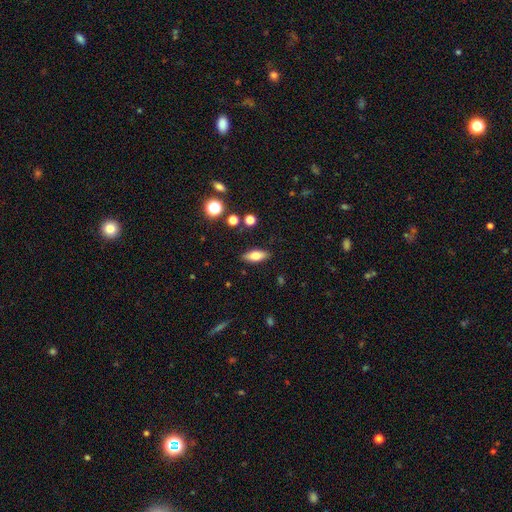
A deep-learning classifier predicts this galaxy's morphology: Q: Smooth or featured?
A: smooth (71%); runner-up: featured or disk (20%)
Q: How rounded?
A: in between (74%); runner-up: cigar-shaped (23%)
Q: Merging?
A: none (87%); runner-up: minor disturbance (9%)